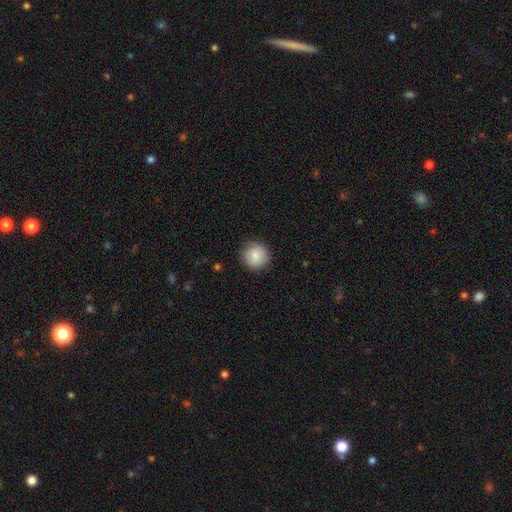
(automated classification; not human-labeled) smooth_or_featured: smooth (p=0.84) [alt: featured or disk p=0.09]
how_rounded: round (p=0.94) [alt: in between p=0.05]
merging: none (p=0.87) [alt: minor disturbance p=0.09]